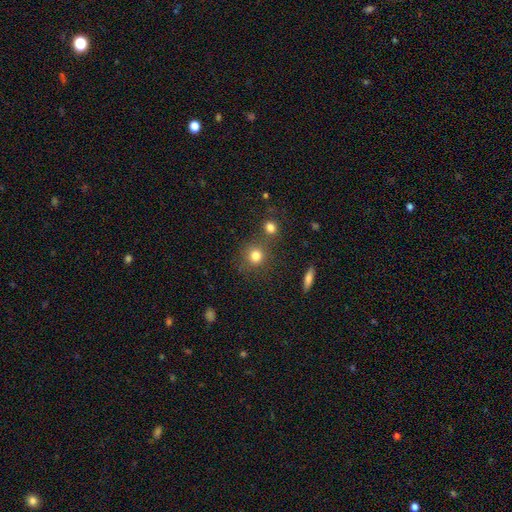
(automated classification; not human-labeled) Q: Smooth or featured?
A: smooth (80%); runner-up: star or artifact (13%)
Q: How rounded?
A: round (88%); runner-up: in between (11%)
Q: Merging?
A: none (72%); runner-up: merger (14%)